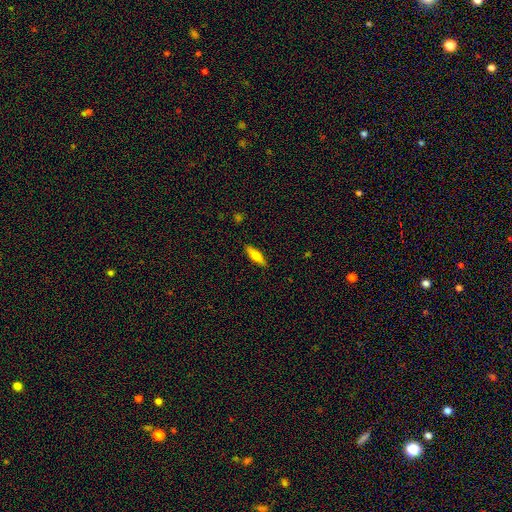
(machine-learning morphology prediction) Q: Smooth or featured?
A: smooth (64%); runner-up: featured or disk (30%)
Q: How rounded?
A: cigar-shaped (59%); runner-up: in between (39%)
Q: Merging?
A: none (89%); runner-up: minor disturbance (8%)